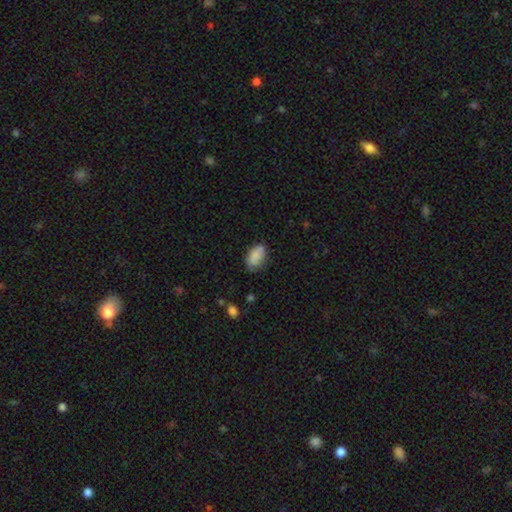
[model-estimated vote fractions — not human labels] Smooth or featured?
  - smooth: 84% *
  - featured or disk: 8%
  - star or artifact: 8%
How rounded?
  - in between: 92% *
  - round: 5%
  - cigar-shaped: 3%
Merging?
  - none: 66% *
  - minor disturbance: 26%
  - major disturbance: 6%
  - merger: 2%